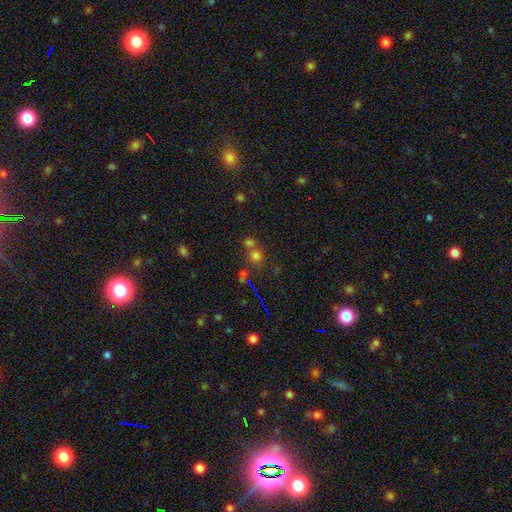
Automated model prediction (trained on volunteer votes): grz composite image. It shows a smooth galaxy with no disk features (62%) that is round (87%). Merging: none (56%).